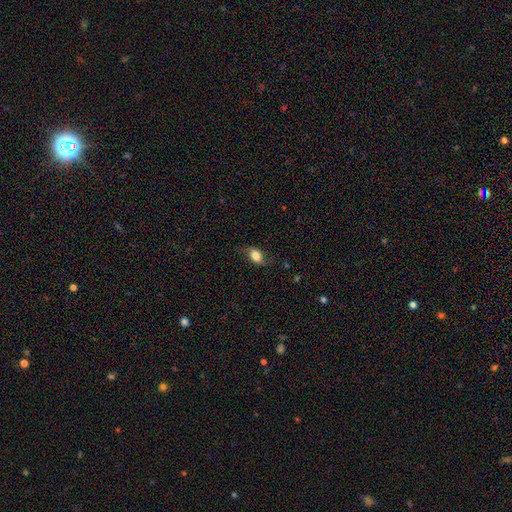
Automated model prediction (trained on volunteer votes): Q: Smooth or featured?
A: smooth (72%); runner-up: featured or disk (20%)
Q: How rounded?
A: in between (85%); runner-up: round (12%)
Q: Merging?
A: none (68%); runner-up: minor disturbance (22%)